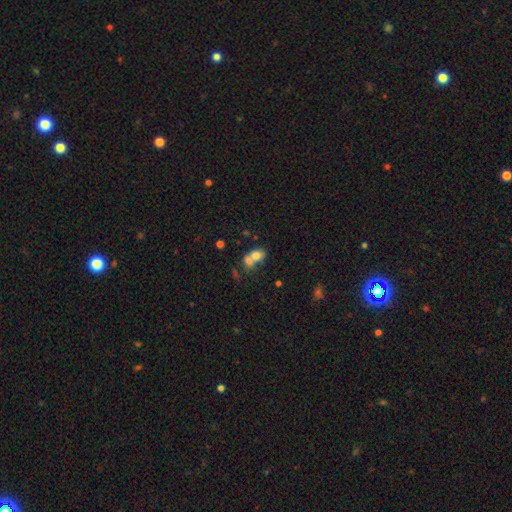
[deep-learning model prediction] smooth 72%, featured or disk 18%, star or artifact 11%. Down the decision tree: how rounded — in between (62%); merging — merger (65%).